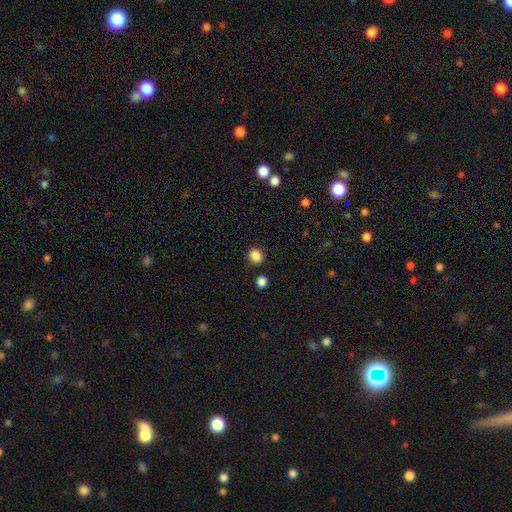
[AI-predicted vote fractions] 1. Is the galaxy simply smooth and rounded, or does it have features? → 86% smooth, 11% star or artifact, 3% featured or disk.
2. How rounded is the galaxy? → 78% round, 22% in between, 1% cigar-shaped.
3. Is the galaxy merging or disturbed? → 87% none, 7% minor disturbance, 3% merger, 2% major disturbance.